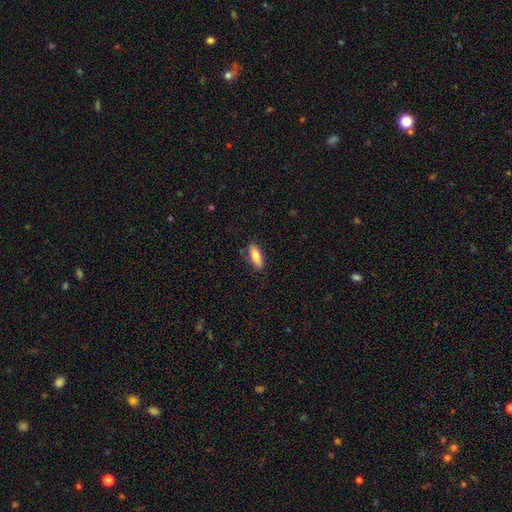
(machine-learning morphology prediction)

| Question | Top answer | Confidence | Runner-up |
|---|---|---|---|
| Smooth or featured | smooth | 81% | featured or disk (13%) |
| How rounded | in between | 64% | cigar-shaped (34%) |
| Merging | none | 84% | minor disturbance (12%) |